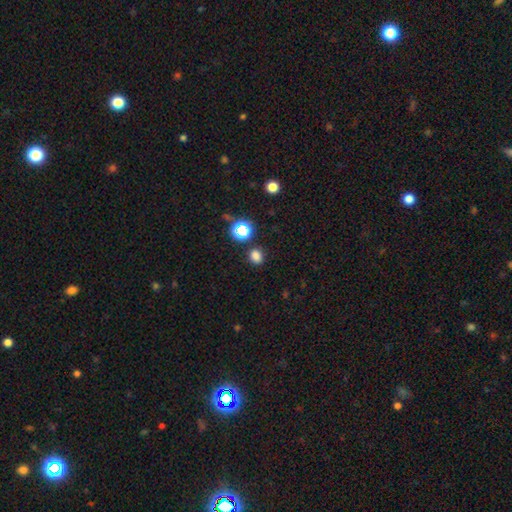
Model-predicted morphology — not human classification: smooth 74%, star or artifact 21%, featured or disk 5%. Down the decision tree: how rounded — round (63%); merging — none (82%).